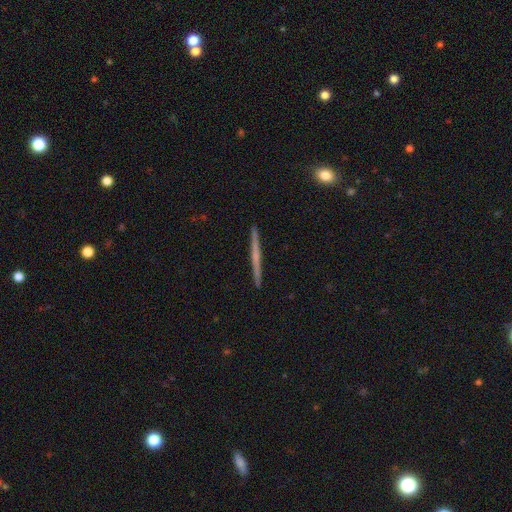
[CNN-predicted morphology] Overall: featured or disk (60%; smooth 34%). Edge-on disk: yes (98%). Edge-on bulge: none (70%). Merging: none (93%).